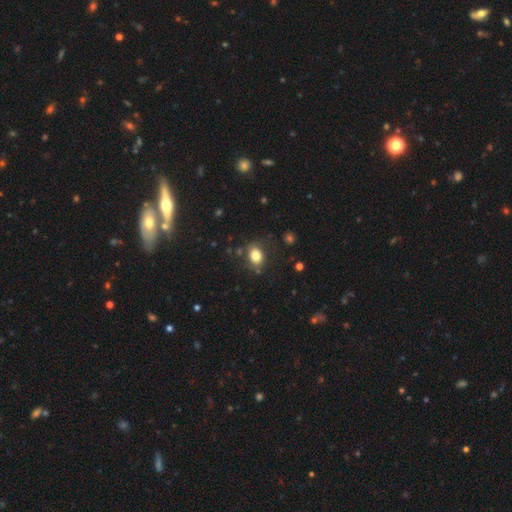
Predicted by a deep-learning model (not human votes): Overall: smooth (80%). How rounded: in between (59%; round 40%). Merging: none (75%).